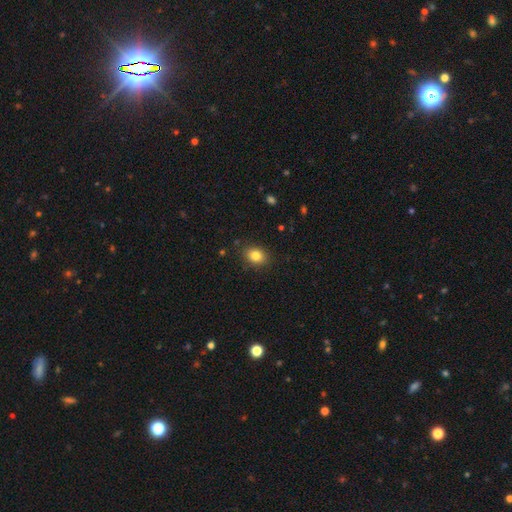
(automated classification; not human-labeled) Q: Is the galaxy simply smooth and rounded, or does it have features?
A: smooth — 83%.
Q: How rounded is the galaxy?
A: in between — 62%.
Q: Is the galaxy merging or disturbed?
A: none — 87%.